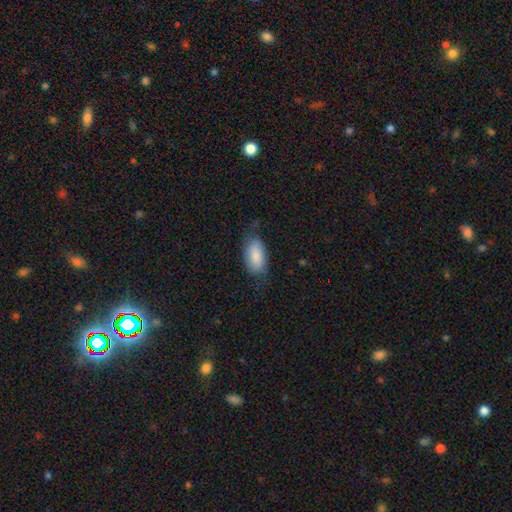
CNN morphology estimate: smooth 82%, featured or disk 12%, star or artifact 6%. Down the decision tree: how rounded — in between (92%); merging — none (64%).